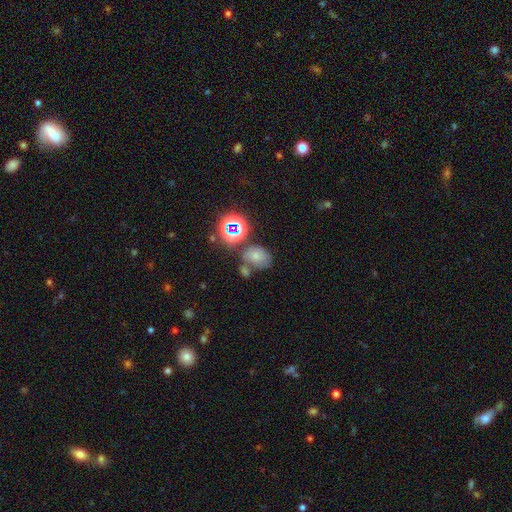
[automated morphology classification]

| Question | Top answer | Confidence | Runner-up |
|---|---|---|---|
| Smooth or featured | smooth | 61% | star or artifact (24%) |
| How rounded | in between | 61% | round (38%) |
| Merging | none | 49% | merger (24%) |